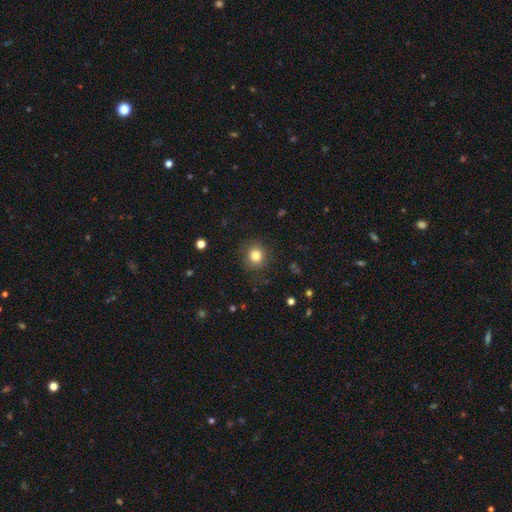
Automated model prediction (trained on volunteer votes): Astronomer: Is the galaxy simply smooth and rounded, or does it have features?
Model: smooth — 81%.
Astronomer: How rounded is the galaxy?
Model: round — 88%.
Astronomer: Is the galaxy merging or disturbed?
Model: none — 87%.